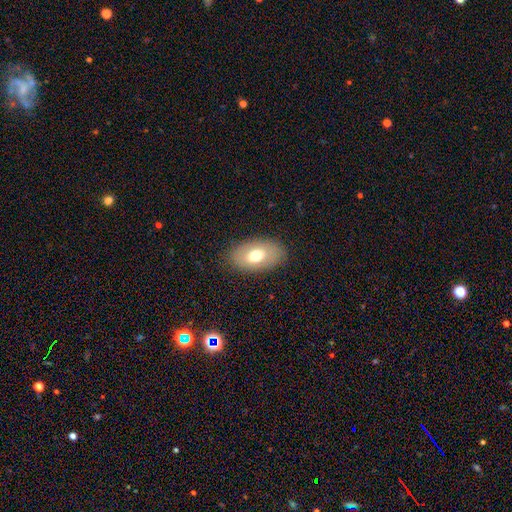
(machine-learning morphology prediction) Smooth or featured? smooth (66%)
How rounded? in between (92%)
Merging? none (84%)